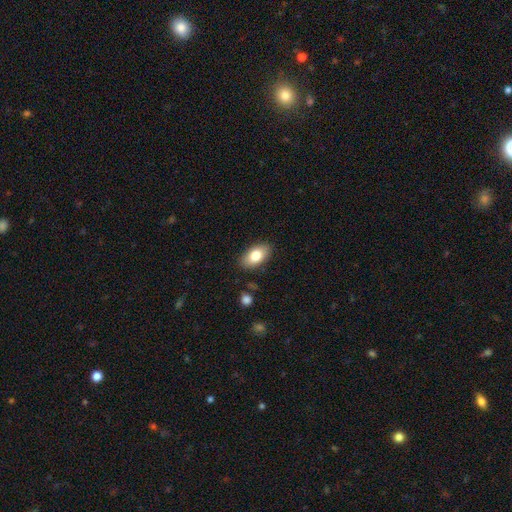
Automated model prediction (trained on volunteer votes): smooth_or_featured: smooth (p=0.80) [alt: featured or disk p=0.13]
how_rounded: in between (p=0.92) [alt: round p=0.06]
merging: none (p=0.86) [alt: minor disturbance p=0.10]